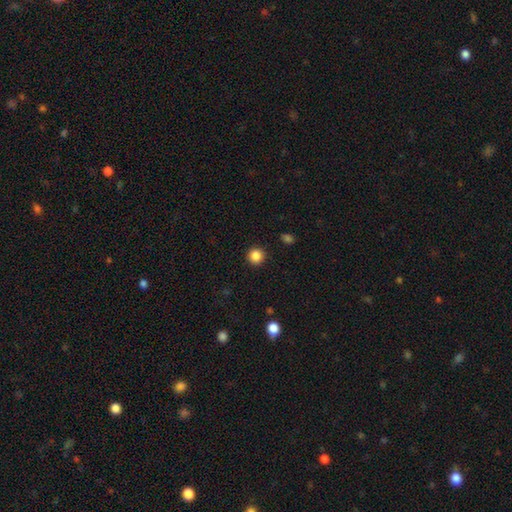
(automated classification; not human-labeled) Q: Smooth or featured?
A: smooth (86%); runner-up: star or artifact (11%)
Q: How rounded?
A: round (95%); runner-up: in between (4%)
Q: Merging?
A: none (92%); runner-up: minor disturbance (5%)